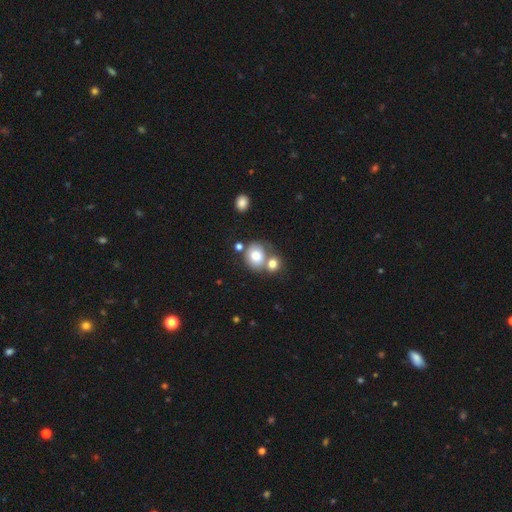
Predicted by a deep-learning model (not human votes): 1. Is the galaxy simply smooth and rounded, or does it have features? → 78% smooth, 13% featured or disk, 9% star or artifact.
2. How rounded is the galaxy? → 70% round, 30% in between, 1% cigar-shaped.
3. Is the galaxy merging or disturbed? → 44% none, 41% merger, 11% minor disturbance, 5% major disturbance.